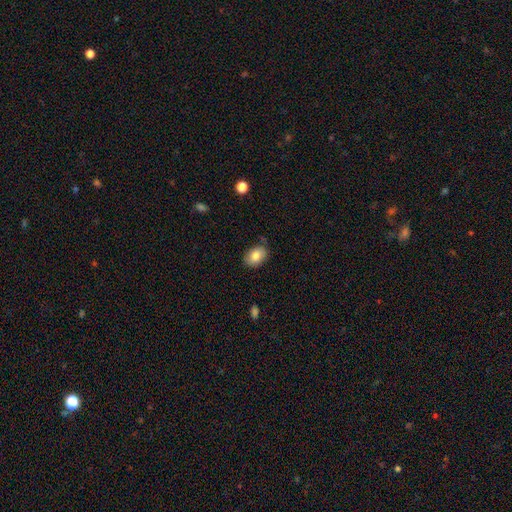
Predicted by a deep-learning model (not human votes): Morphology: type=smooth (83%); roundness=in between (83%); merging=none (78%).